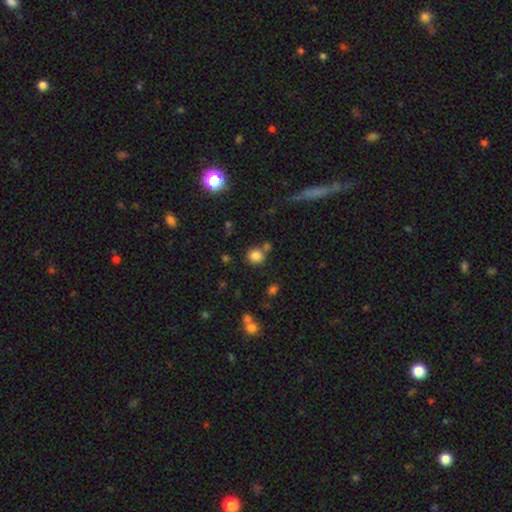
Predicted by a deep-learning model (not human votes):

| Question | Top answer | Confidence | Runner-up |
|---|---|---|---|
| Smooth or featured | smooth | 82% | star or artifact (12%) |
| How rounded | round | 85% | in between (14%) |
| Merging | none | 68% | merger (16%) |